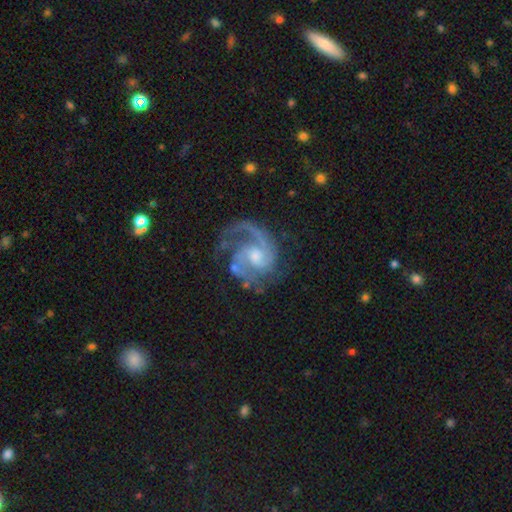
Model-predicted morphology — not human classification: This is clearly a featured or disk galaxy (92%). It is clearly not viewed edge-on (98%). Bar: possibly no (50%). Spiral arm pattern: clearly yes (98%). Spiral arm count: likely 2 (71%). Spiral winding: possibly medium (54%). Central bulge: possibly moderate (53%). Merging: likely none (65%).